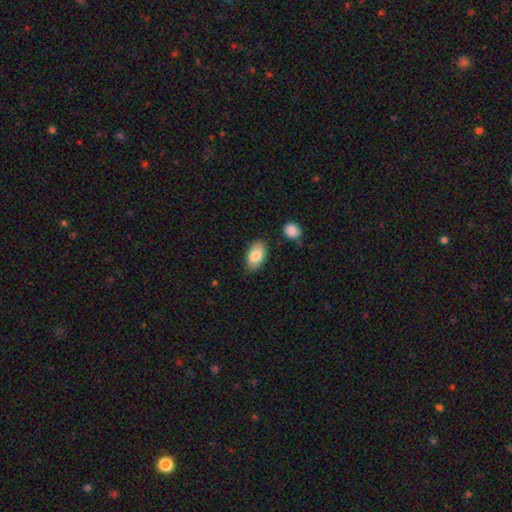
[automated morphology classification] This is clearly a smooth galaxy (82%). How rounded: clearly in between (94%). Merging: likely none (78%).